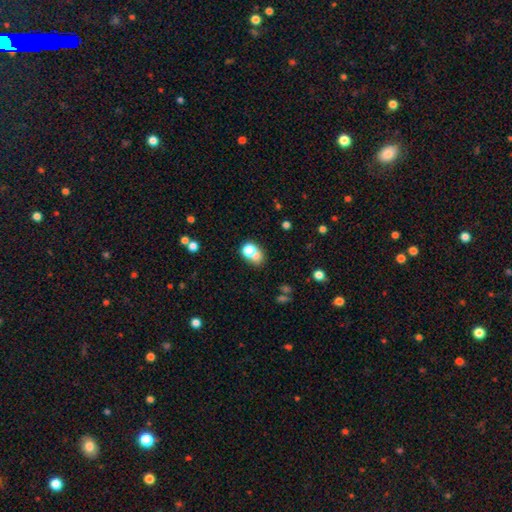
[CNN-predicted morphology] Smooth or featured? Predicted: smooth (p=0.69). How rounded? Predicted: round (p=0.62). Merging? Predicted: merger (p=0.45).